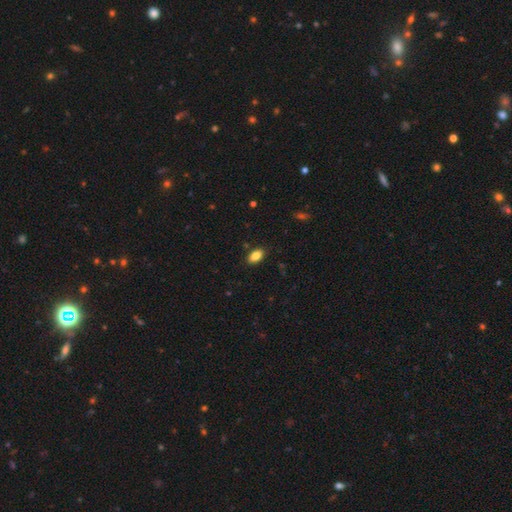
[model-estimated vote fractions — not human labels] Smooth or featured? smooth (85%)
How rounded? in between (91%)
Merging? none (87%)